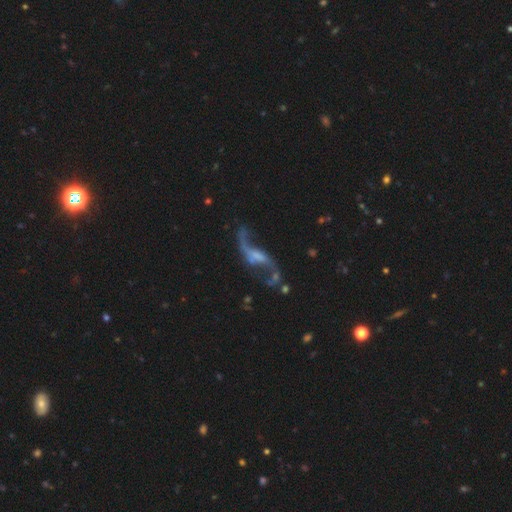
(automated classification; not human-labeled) smooth-or-featured: featured or disk: 86% | star or artifact: 7% | smooth: 6%
  disk-edge-on: no: 92% | yes: 8%
    bar: weak: 44% | no: 35% | strong: 21%
    has-spiral-arms: yes: 94% | no: 6%
      spiral-winding: loose: 92% | medium: 6% | tight: 2%
      spiral-arm-count: 2: 92% | 1: 3% | can't tell: 2% | 3: 1% | 4: 1% | more than 4: 1%
    bulge-size: none: 36% | small: 34% | moderate: 22% | large: 6% | dominant: 2%
  merging: none: 63% | minor disturbance: 16% | major disturbance: 14% | merger: 7%